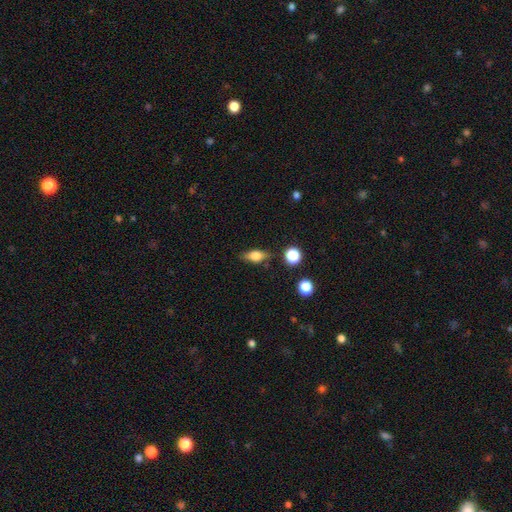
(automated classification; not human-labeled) Smooth or featured? Predicted: smooth (p=0.65). How rounded? Predicted: in between (p=0.70). Merging? Predicted: none (p=0.79).